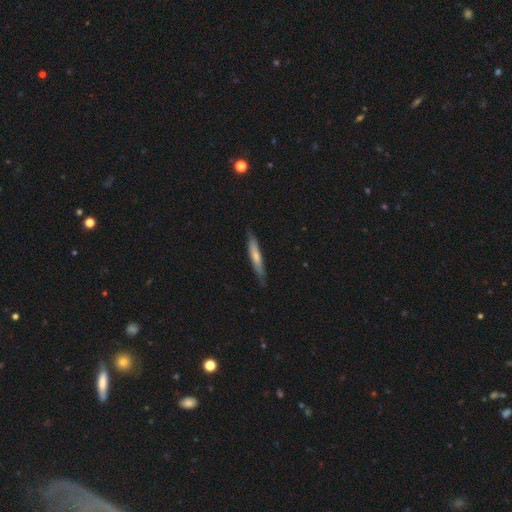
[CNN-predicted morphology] smooth_or_featured: smooth (p=0.61) [alt: featured or disk p=0.34]
how_rounded: cigar-shaped (p=0.91) [alt: in between p=0.08]
merging: none (p=0.79) [alt: minor disturbance p=0.17]